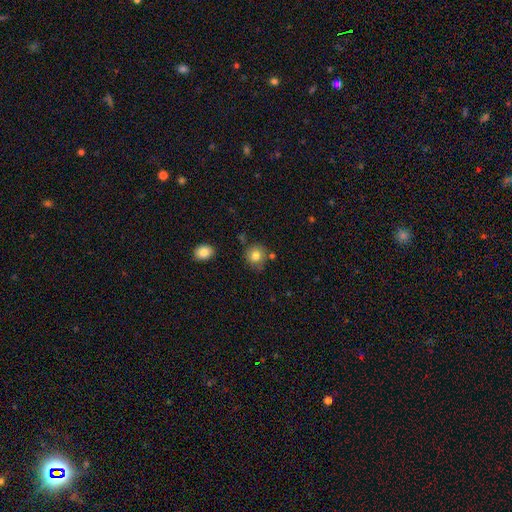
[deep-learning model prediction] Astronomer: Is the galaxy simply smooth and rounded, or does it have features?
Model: smooth — 81%.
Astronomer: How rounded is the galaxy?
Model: round — 88%.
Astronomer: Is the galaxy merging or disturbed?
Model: none — 79%.